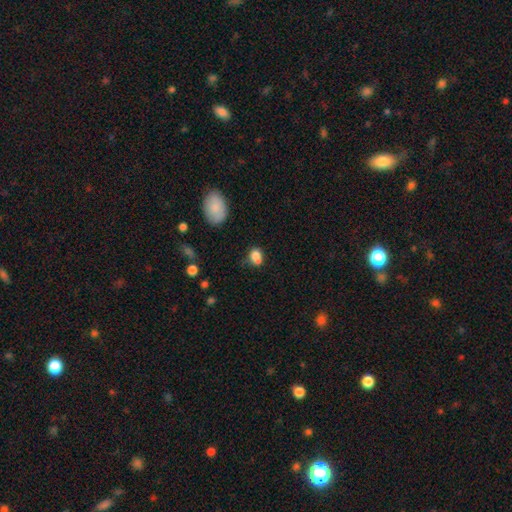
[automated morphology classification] type=smooth (81%); roundness=in between (63%); merging=none (47%).